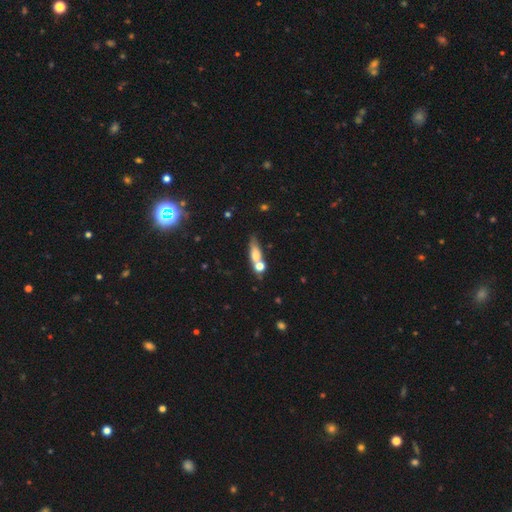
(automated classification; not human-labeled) A smooth galaxy with no disk features (61%) that is cigar-shaped (48%).

Vote fractions:
- Smooth or featured? smooth: 61% / featured or disk: 28% / star or artifact: 11%
- How rounded? cigar-shaped: 48% / in between: 41% / round: 11%
- Merging? none: 46% / merger: 31% / minor disturbance: 15% / major disturbance: 7%